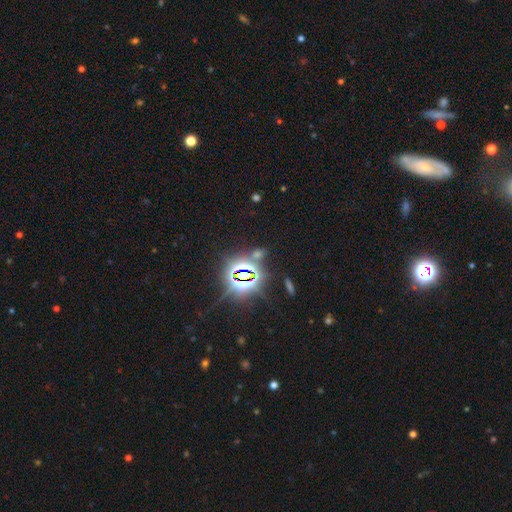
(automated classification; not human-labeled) Smooth or featured: star or artifact — 83% (smooth — 10%)